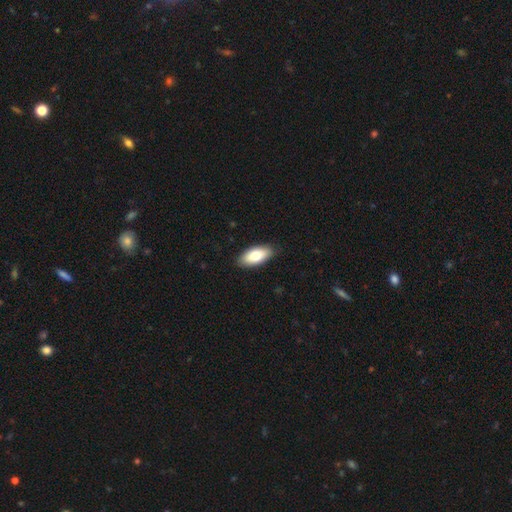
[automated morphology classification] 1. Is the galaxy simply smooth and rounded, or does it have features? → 77% smooth, 17% featured or disk, 6% star or artifact.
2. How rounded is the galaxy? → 88% in between, 9% cigar-shaped, 2% round.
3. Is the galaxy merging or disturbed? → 88% none, 9% minor disturbance, 2% major disturbance, 1% merger.